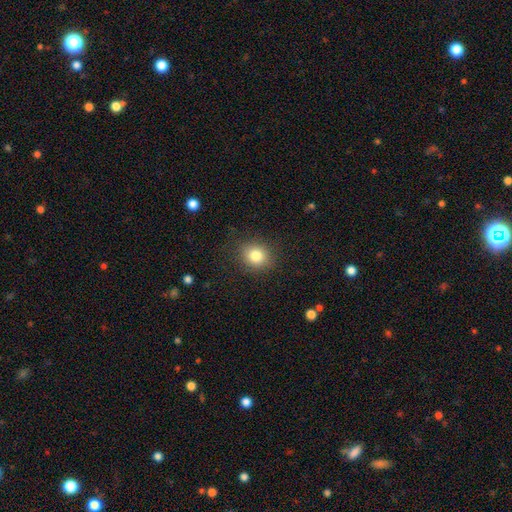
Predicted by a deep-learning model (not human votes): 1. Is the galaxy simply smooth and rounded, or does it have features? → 82% smooth, 11% star or artifact, 8% featured or disk.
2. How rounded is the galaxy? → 74% round, 25% in between, 1% cigar-shaped.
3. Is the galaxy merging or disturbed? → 86% none, 9% minor disturbance, 3% major disturbance, 1% merger.